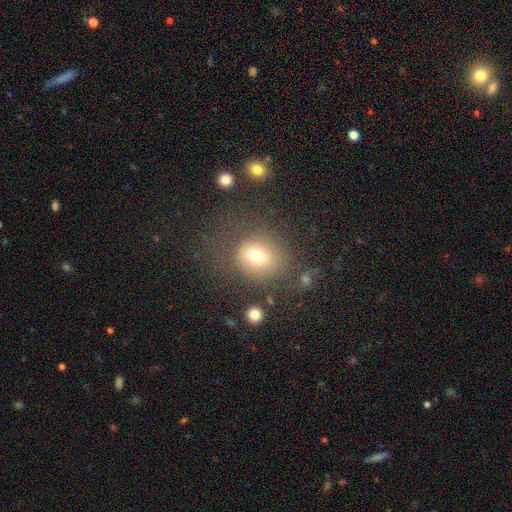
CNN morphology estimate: type=smooth (71%); roundness=round (73%); merging=none (59%).